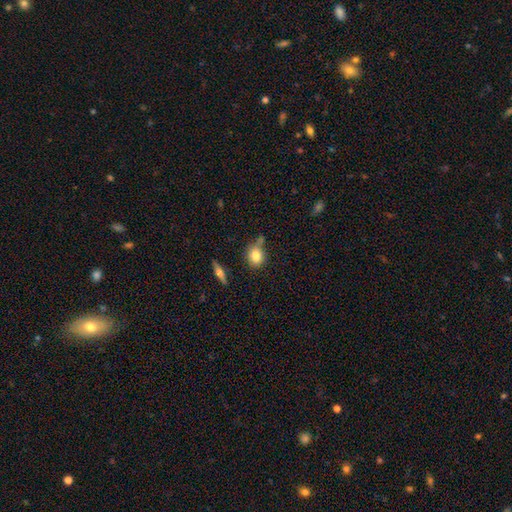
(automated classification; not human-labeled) A smooth galaxy with no disk features (80%) that is round (62%). Merging: none (60%).